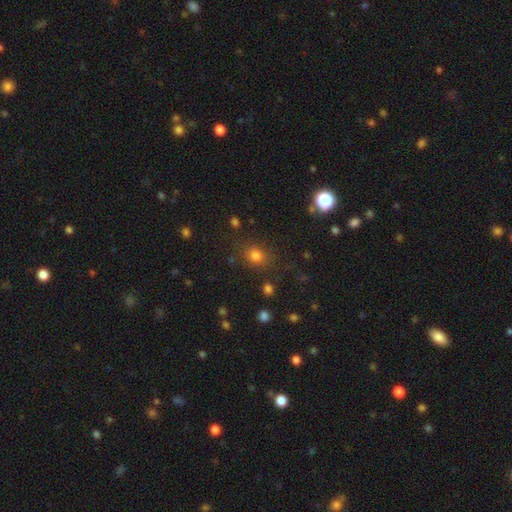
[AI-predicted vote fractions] Smooth or featured? Predicted: smooth (p=0.76). How rounded? Predicted: round (p=0.70). Merging? Predicted: none (p=0.81).